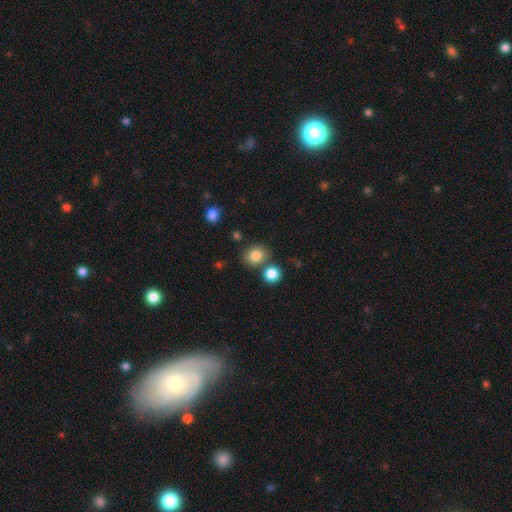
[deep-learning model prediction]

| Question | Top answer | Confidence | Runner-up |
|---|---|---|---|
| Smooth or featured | smooth | 82% | star or artifact (11%) |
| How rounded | round | 72% | in between (28%) |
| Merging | none | 72% | merger (16%) |